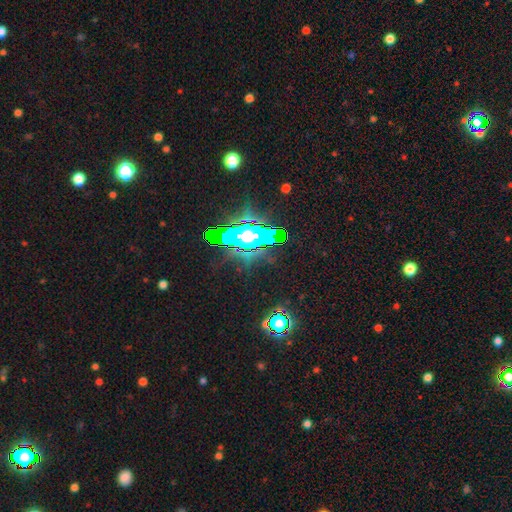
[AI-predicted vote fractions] The model was most divided on "smooth or featured": star or artifact: 77%, smooth: 12%, featured or disk: 11%.